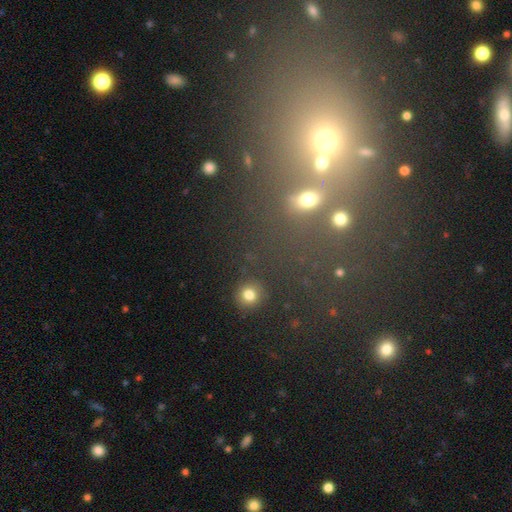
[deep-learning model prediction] The model was most divided on "smooth or featured": star or artifact: 52%, smooth: 36%, featured or disk: 12%.